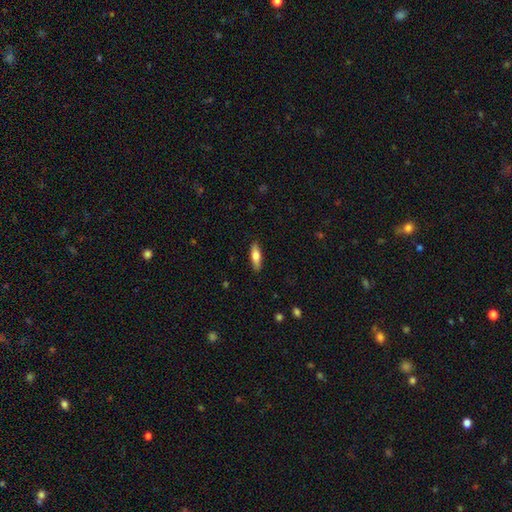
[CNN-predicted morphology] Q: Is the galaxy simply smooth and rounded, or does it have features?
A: smooth — 70%.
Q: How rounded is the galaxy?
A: in between — 49%, tied with cigar-shaped.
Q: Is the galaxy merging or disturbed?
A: none — 88%.